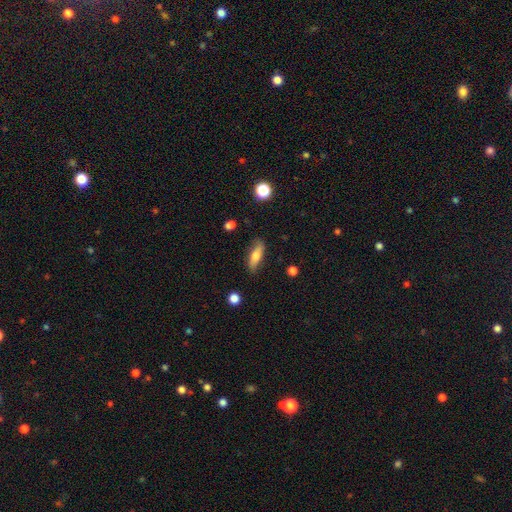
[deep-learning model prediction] This appears to be a smooth galaxy with no disk features (66%) that is in between round and cigar-shaped (52%). Merging: none (78%).